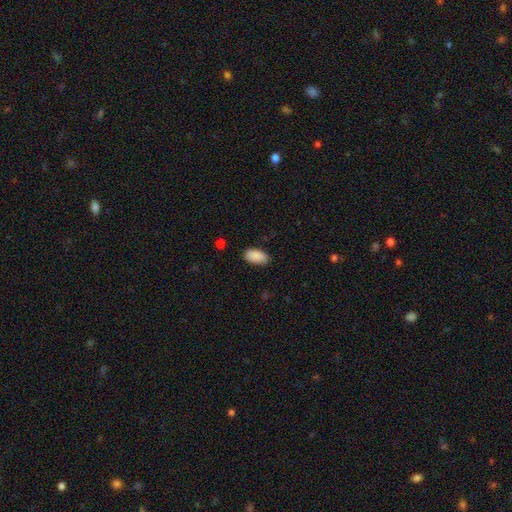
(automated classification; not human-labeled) The model was most divided on "merging": none: 83%, minor disturbance: 13%, major disturbance: 3%, merger: 1%. More confident: how rounded — in between (94%); smooth or featured — smooth (90%).